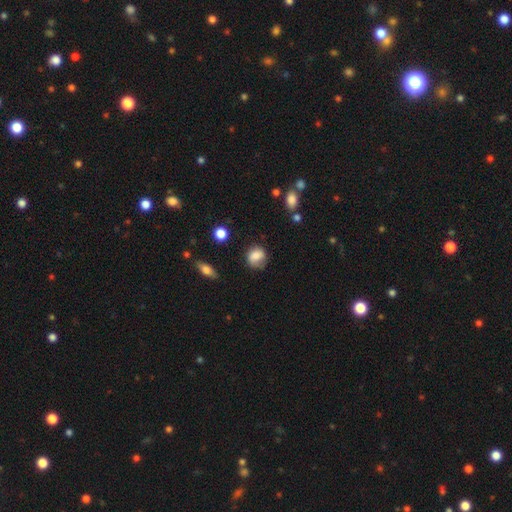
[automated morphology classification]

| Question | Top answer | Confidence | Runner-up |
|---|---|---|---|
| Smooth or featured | smooth | 78% | featured or disk (13%) |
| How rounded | round | 61% | in between (37%) |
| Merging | none | 63% | minor disturbance (26%) |